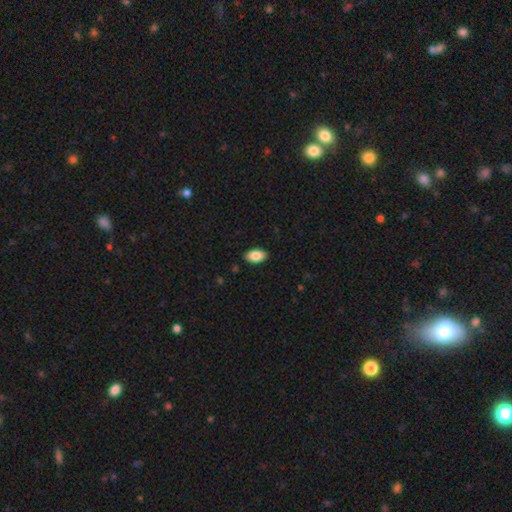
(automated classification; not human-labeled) Overall: smooth (85%). How rounded: in between (94%). Merging: none (89%).